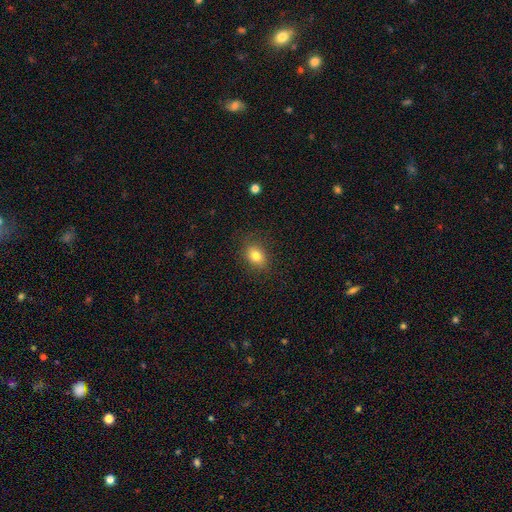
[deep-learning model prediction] Smooth or featured? smooth (81%)
How rounded? in between (69%)
Merging? none (85%)